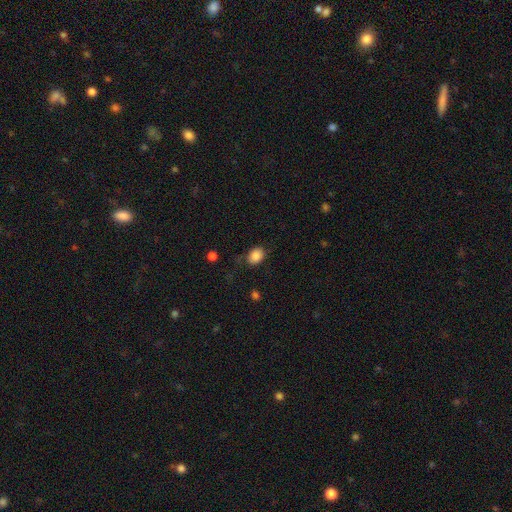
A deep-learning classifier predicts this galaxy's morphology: The model was most divided on "how rounded": in between: 63%, round: 36%, cigar-shaped: 1%. More confident: smooth or featured — smooth (86%); merging — none (73%).